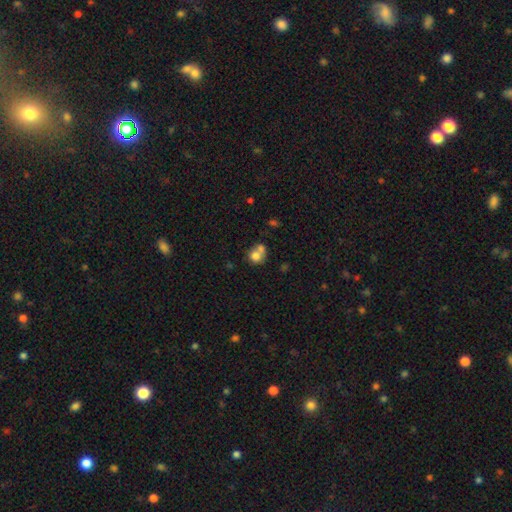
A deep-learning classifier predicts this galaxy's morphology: Smooth or featured? smooth (74%)
How rounded? round (72%)
Merging? merger (52%)